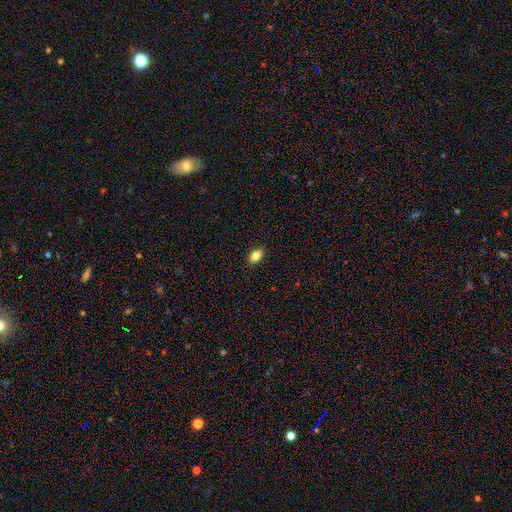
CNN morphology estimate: Smooth or featured? Predicted: smooth (p=0.84). How rounded? Predicted: in between (p=0.85). Merging? Predicted: none (p=0.90).